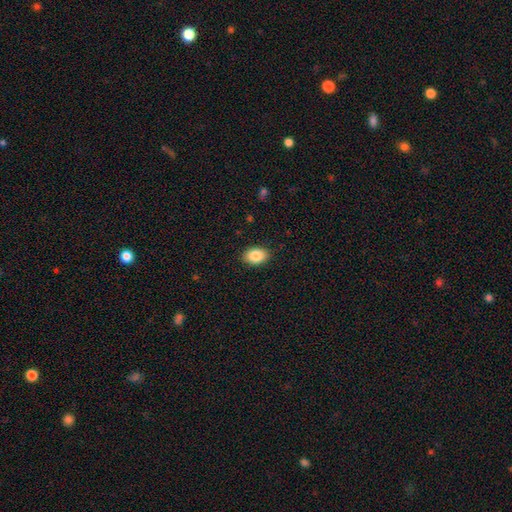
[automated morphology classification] smooth-or-featured: smooth: 87% | star or artifact: 8% | featured or disk: 6%
  how-rounded: in between: 81% | round: 18% | cigar-shaped: 1%
  merging: none: 88% | minor disturbance: 9% | major disturbance: 2% | merger: 1%